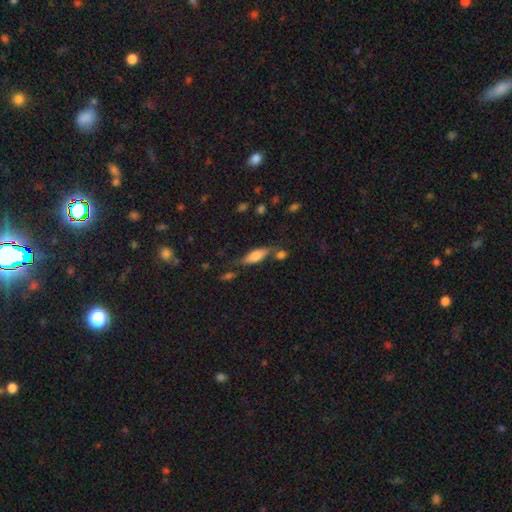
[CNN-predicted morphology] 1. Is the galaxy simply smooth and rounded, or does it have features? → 68% smooth, 24% featured or disk, 8% star or artifact.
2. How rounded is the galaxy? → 69% in between, 28% cigar-shaped, 3% round.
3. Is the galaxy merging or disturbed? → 54% none, 21% minor disturbance, 17% merger, 8% major disturbance.